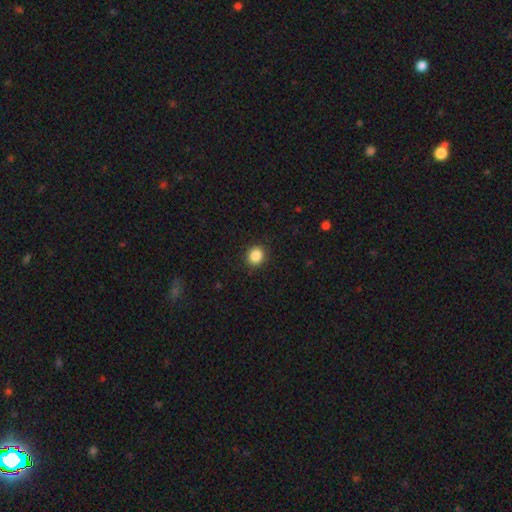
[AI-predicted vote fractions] This is clearly a smooth galaxy (87%). How rounded: likely round (80%). Merging: clearly none (91%).